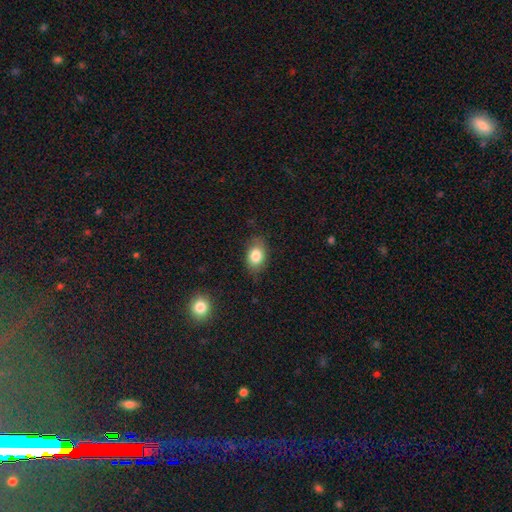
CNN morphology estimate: Smooth or featured? smooth (82%)
How rounded? in between (79%)
Merging? none (79%)